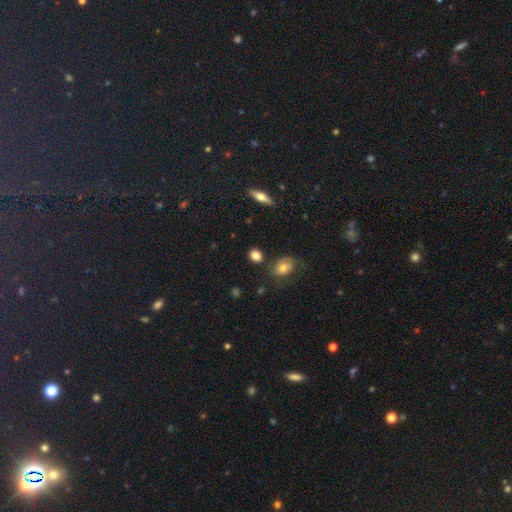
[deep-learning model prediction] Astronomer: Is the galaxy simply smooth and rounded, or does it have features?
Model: smooth — 82%.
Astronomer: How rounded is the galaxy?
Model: round — 65%.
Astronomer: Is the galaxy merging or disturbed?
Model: none — 81%.